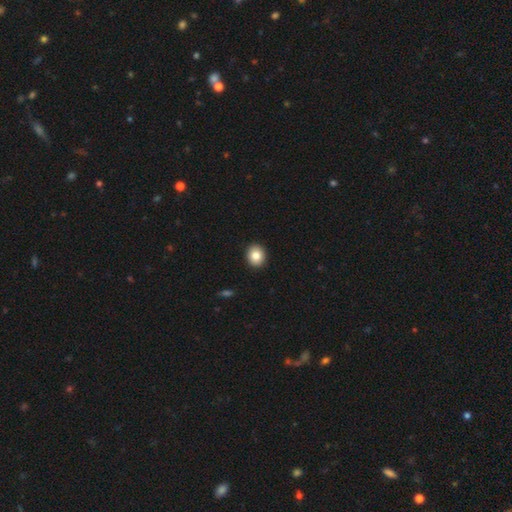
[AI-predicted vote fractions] The model was most divided on "how rounded": round: 71%, in between: 28%, cigar-shaped: 1%. More confident: merging — none (92%); smooth or featured — smooth (84%).